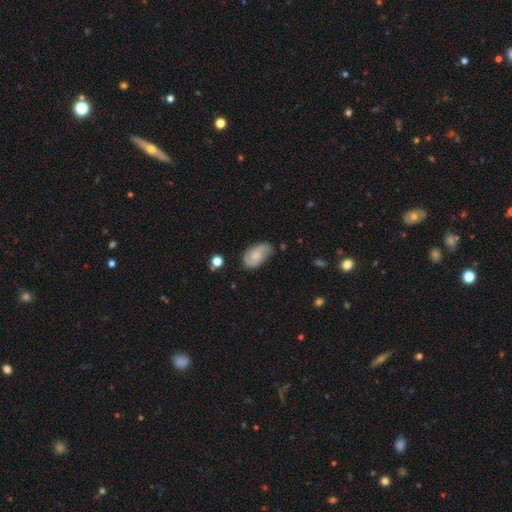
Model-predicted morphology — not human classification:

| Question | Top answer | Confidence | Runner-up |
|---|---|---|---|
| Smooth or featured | featured or disk | 61% | smooth (32%) |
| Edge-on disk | no | 96% | yes (4%) |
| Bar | no | 63% | weak (32%) |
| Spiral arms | yes | 93% | no (7%) |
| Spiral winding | medium | 44% | tight (37%) |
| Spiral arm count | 2 | 77% | can't tell (11%) |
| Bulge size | small | 39% | none (35%) |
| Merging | none | 70% | minor disturbance (22%) |